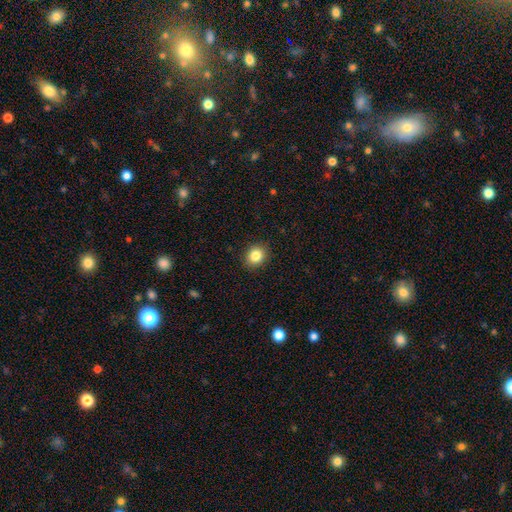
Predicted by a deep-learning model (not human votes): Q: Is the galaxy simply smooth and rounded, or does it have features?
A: smooth — 84%.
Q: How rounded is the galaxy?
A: round — 71%.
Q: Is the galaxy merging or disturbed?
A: none — 90%.